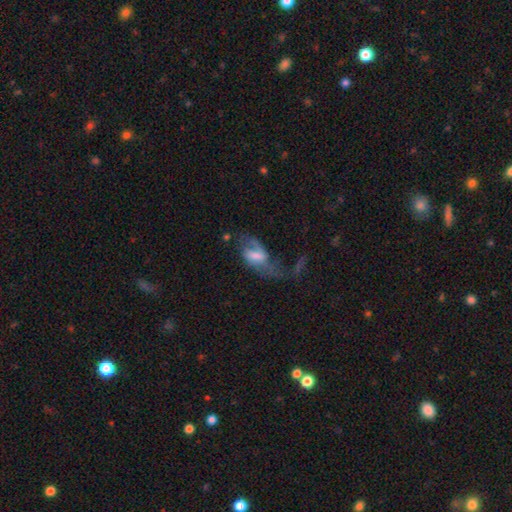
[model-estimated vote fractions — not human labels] smooth-or-featured: featured or disk: 63% | smooth: 29% | star or artifact: 8%
  disk-edge-on: no: 94% | yes: 6%
    bar: weak: 49% | no: 28% | strong: 23%
    has-spiral-arms: yes: 76% | no: 24%
    bulge-size: moderate: 38% | small: 25% | large: 18% | none: 17% | dominant: 3%
  merging: major disturbance: 50% | none: 24% | minor disturbance: 18% | merger: 7%